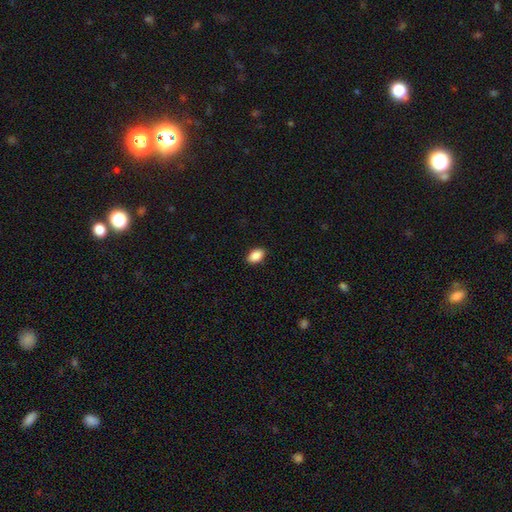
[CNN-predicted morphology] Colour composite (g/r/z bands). It shows a smooth galaxy with no disk features (89%) that is in between round and cigar-shaped (89%). Merging: none (90%).